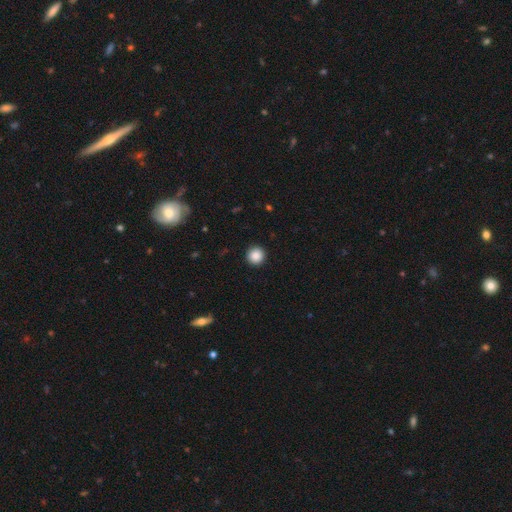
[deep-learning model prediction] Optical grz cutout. It shows a smooth galaxy with no disk features (87%) that is round (96%). Merging: none (93%).